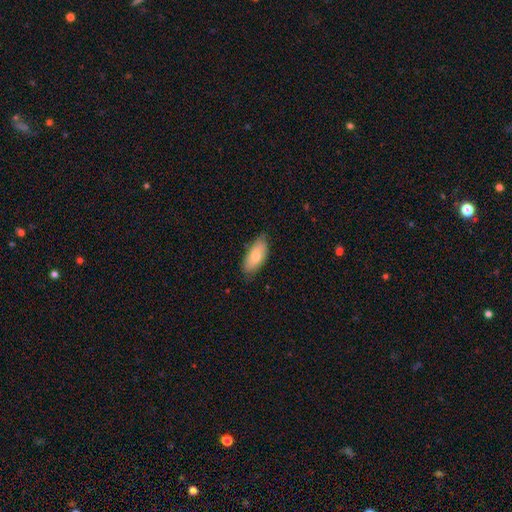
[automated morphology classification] This is likely a smooth galaxy (76%). How rounded: clearly in between (87%). Merging: likely none (77%).